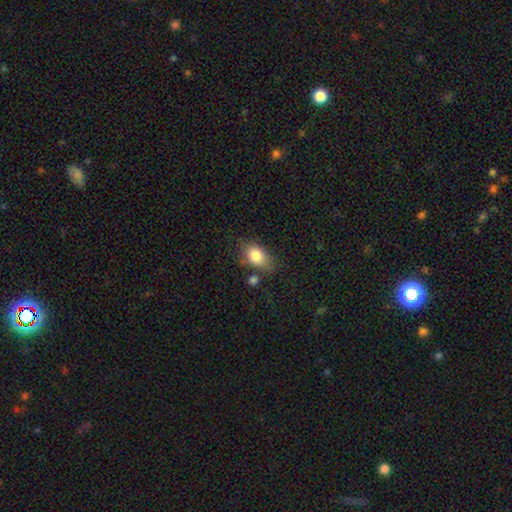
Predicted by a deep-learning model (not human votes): Smooth or featured: smooth — 82% (featured or disk — 10%)
How rounded: in between — 78% (round — 20%)
Merging: none — 62% (minor disturbance — 22%)